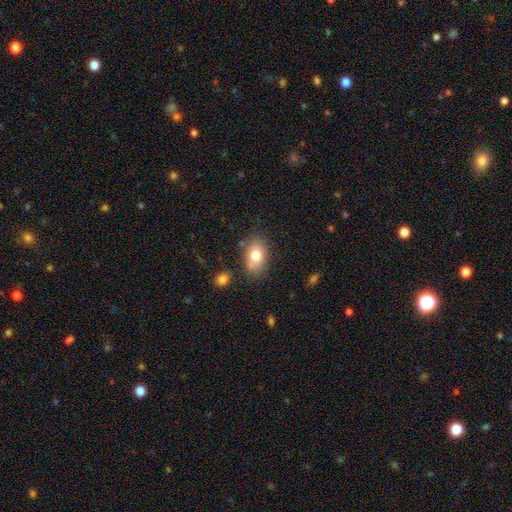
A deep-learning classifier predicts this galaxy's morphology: Smooth or featured?
  - smooth: 78% *
  - featured or disk: 14%
  - star or artifact: 8%
How rounded?
  - in between: 84% *
  - round: 14%
  - cigar-shaped: 1%
Merging?
  - none: 76% *
  - minor disturbance: 15%
  - merger: 5%
  - major disturbance: 4%